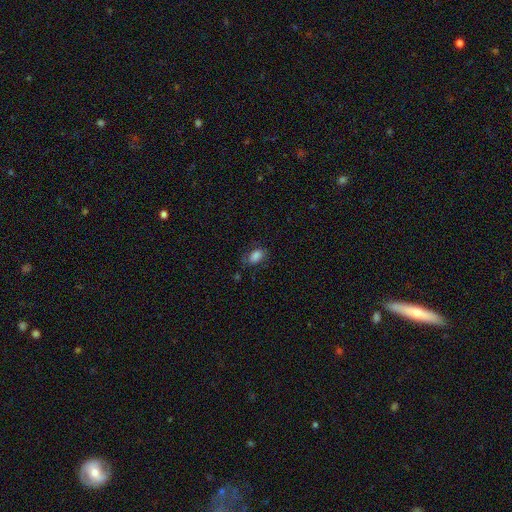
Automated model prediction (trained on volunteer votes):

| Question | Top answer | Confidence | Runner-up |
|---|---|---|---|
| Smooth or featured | smooth | 82% | star or artifact (10%) |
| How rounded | in between | 87% | round (12%) |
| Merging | none | 65% | minor disturbance (23%) |